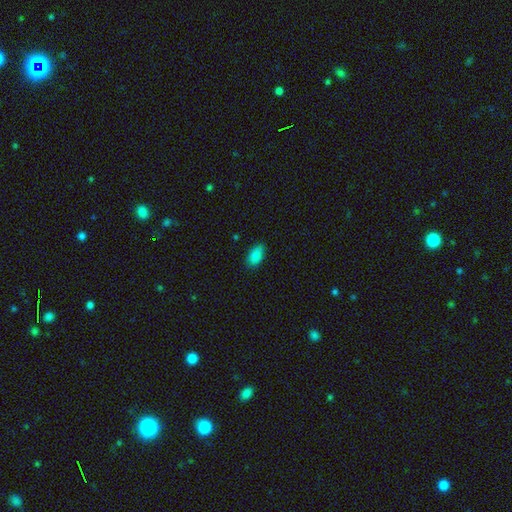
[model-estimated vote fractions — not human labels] This appears to be a smooth galaxy with no disk features (87%) that is in between round and cigar-shaped (92%). Merging: none (81%).